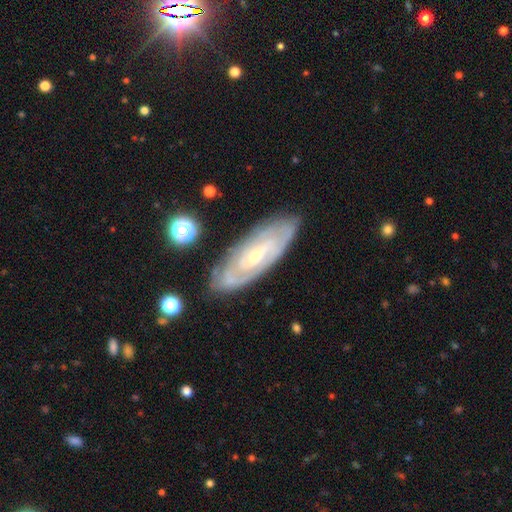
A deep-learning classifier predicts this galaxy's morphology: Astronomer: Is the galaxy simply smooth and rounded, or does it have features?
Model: featured or disk — 81%.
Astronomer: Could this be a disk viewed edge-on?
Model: no — 87%.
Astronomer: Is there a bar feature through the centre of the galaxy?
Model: no — 45% (runner-up: weak, 39%).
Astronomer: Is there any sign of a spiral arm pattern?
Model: yes — 87%.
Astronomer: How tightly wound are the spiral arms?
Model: tight — 71%.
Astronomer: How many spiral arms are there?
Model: can't tell — 49% (runner-up: 2, 29%).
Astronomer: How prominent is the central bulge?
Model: small — 66%.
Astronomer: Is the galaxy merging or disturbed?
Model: none — 80%.